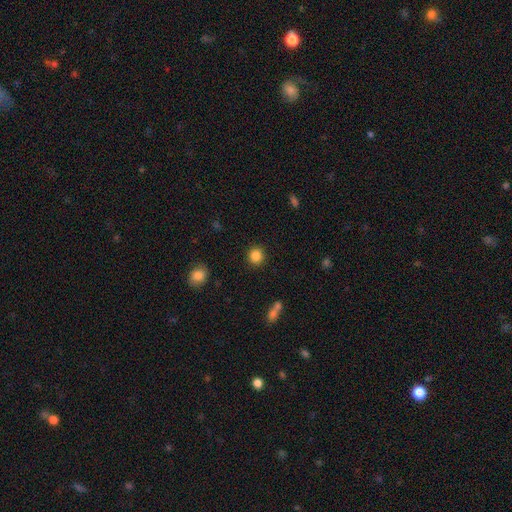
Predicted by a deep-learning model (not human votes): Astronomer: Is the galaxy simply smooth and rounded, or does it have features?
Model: smooth — 86%.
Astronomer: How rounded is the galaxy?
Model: round — 91%.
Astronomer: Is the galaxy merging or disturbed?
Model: none — 90%.